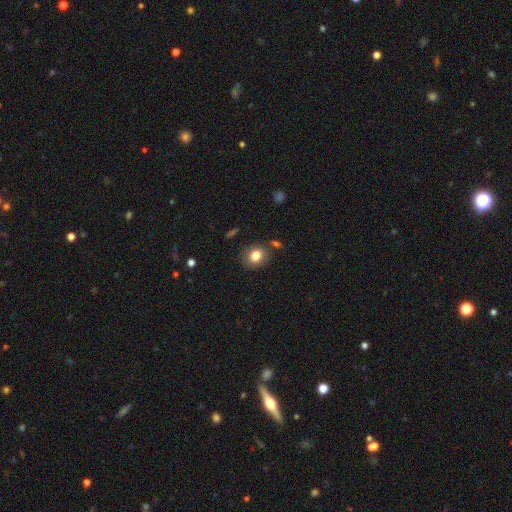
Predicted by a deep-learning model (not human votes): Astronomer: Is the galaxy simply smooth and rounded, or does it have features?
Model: smooth — 82%.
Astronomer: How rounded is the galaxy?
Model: round — 60% (runner-up: in between, 39%).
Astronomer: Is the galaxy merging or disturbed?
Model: none — 81%.